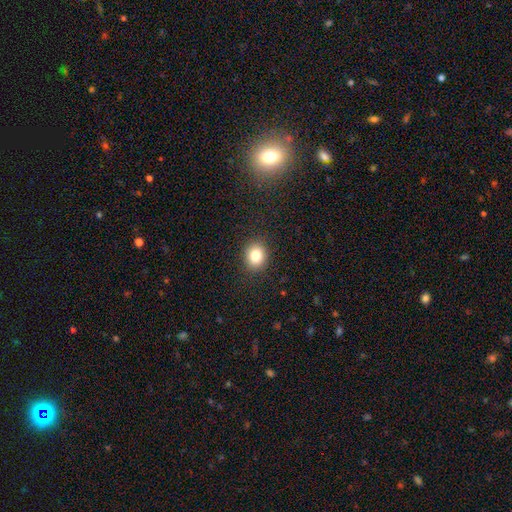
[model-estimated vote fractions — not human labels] Overall: smooth (83%). How rounded: round (66%; in between 34%). Merging: none (89%).